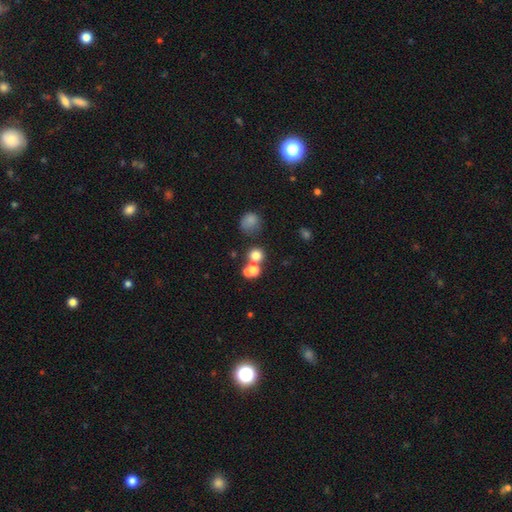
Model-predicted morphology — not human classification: The model was most divided on "merging": merger: 51%, none: 37%, minor disturbance: 7%, major disturbance: 5%. More confident: how rounded — round (78%); smooth or featured — smooth (69%).